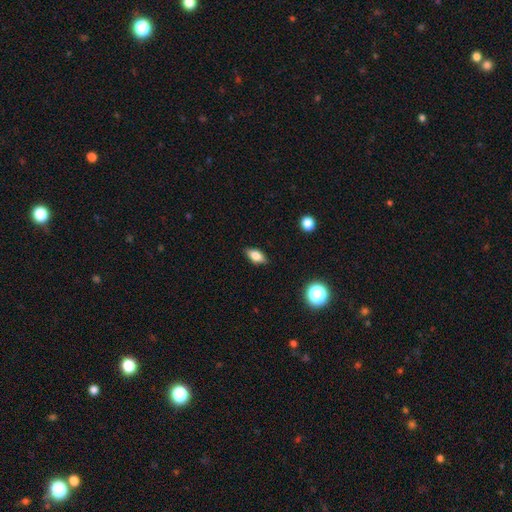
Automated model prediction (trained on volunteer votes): Smooth or featured? Predicted: smooth (p=0.72). How rounded? Predicted: in between (p=0.83). Merging? Predicted: none (p=0.86).